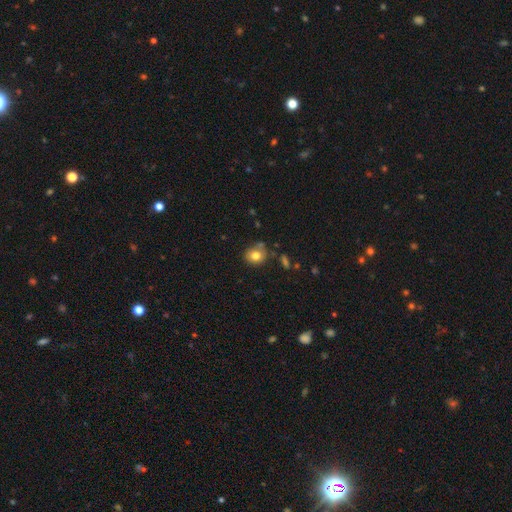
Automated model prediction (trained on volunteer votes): smooth 79%, star or artifact 10%, featured or disk 10%. Down the decision tree: how rounded — round (72%); merging — none (71%).